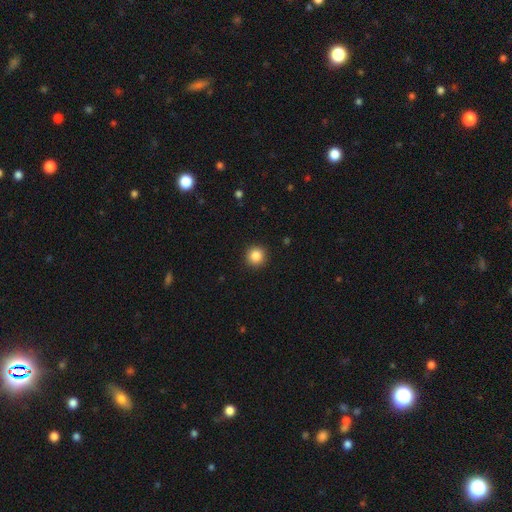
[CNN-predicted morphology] Q: Smooth or featured?
A: smooth (86%); runner-up: star or artifact (10%)
Q: How rounded?
A: round (95%); runner-up: in between (4%)
Q: Merging?
A: none (93%); runner-up: minor disturbance (5%)